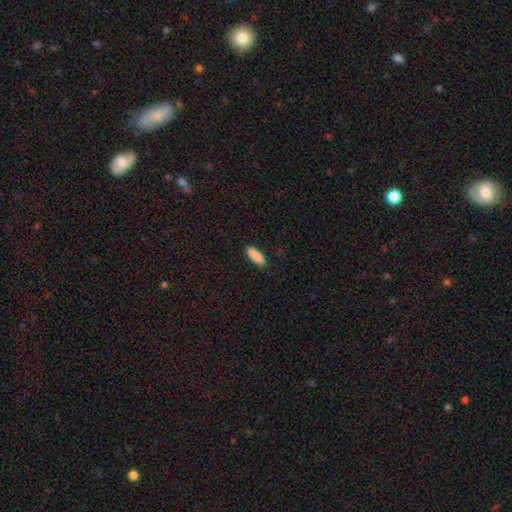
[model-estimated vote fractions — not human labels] smooth 90%, star or artifact 6%, featured or disk 4%. Down the decision tree: how rounded — in between (63%); merging — none (88%).